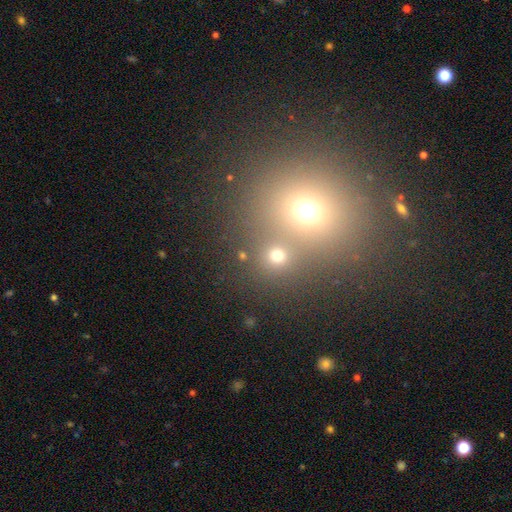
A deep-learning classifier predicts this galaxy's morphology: Q: Smooth or featured?
A: smooth (57%); runner-up: star or artifact (32%)
Q: How rounded?
A: round (85%); runner-up: in between (14%)
Q: Merging?
A: none (64%); runner-up: merger (23%)